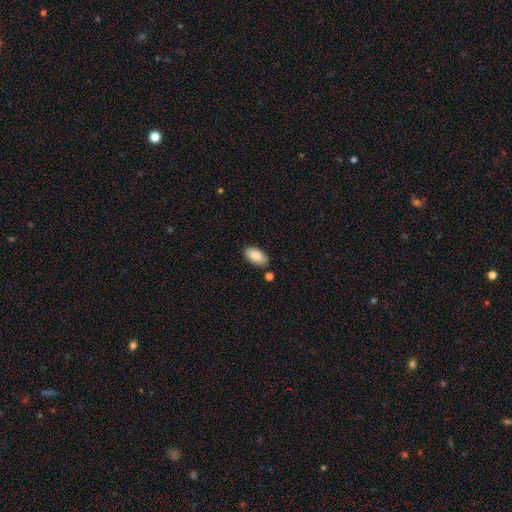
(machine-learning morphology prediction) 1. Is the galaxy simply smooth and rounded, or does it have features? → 87% smooth, 7% featured or disk, 6% star or artifact.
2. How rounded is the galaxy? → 94% in between, 4% cigar-shaped, 2% round.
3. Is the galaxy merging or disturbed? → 82% none, 12% minor disturbance, 4% merger, 2% major disturbance.